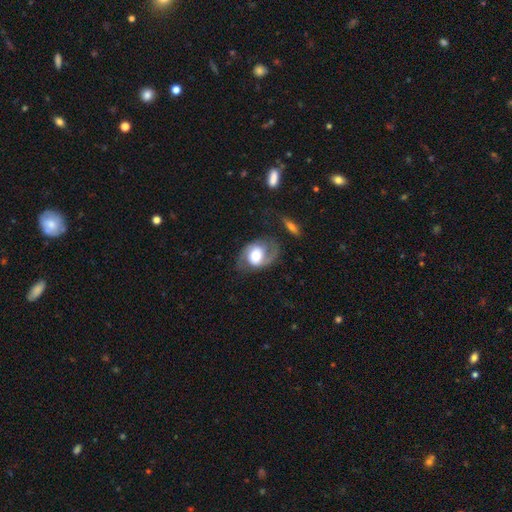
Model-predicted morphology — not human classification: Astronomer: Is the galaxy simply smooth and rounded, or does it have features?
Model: featured or disk — 74%.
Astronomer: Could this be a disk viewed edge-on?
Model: no — 97%.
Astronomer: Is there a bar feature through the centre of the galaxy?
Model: no — 52% (runner-up: weak, 34%).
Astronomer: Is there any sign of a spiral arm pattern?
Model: yes — 91%.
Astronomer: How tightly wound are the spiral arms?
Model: medium — 48% (runner-up: loose, 30%).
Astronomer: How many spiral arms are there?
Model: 2 — 85%.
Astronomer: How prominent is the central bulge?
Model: moderate — 58%.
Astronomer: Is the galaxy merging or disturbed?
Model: none — 61%.